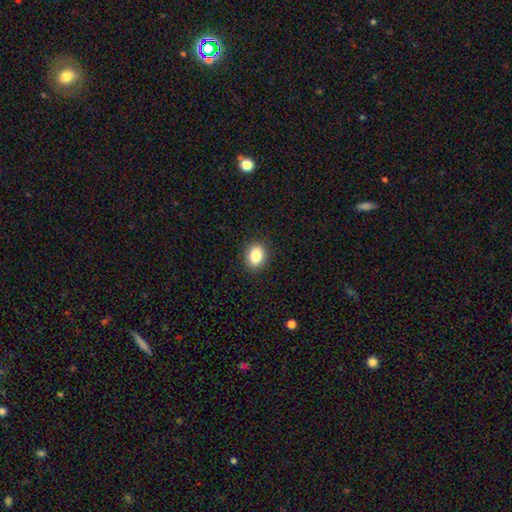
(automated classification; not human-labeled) The model was most divided on "how rounded": in between: 63%, round: 36%, cigar-shaped: 1%. More confident: merging — none (90%); smooth or featured — smooth (85%).